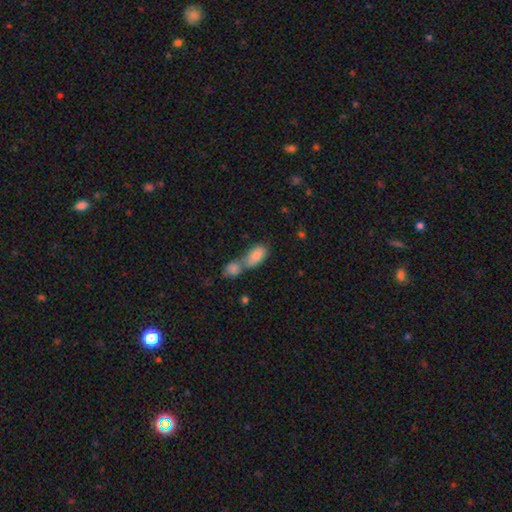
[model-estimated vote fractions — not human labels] This appears to be a smooth galaxy with no disk features (86%) that is in between round and cigar-shaped (91%). Merging: merger (61%).